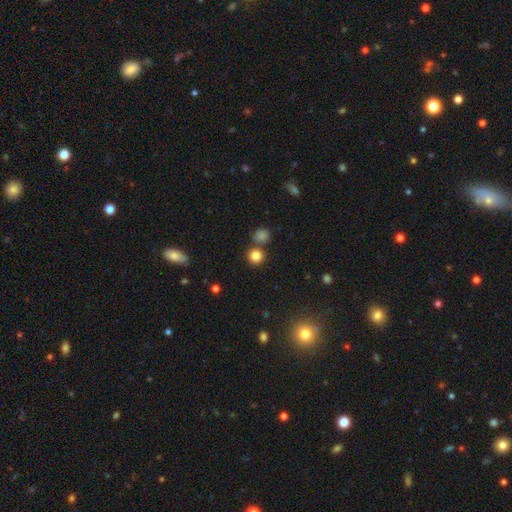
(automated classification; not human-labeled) The model was most divided on "merging": none: 74%, merger: 16%, minor disturbance: 7%, major disturbance: 3%. More confident: how rounded — round (91%); smooth or featured — smooth (83%).